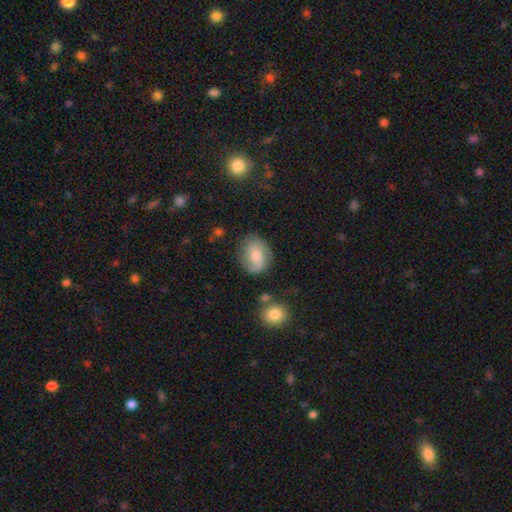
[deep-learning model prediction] The model was most divided on "smooth or featured": smooth: 51%, featured or disk: 41%, star or artifact: 8%. More confident: merging — none (69%); how rounded — in between (61%).